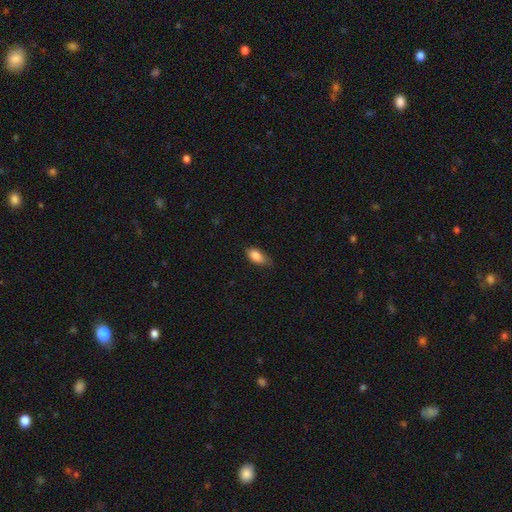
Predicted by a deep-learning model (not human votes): The model was most divided on "merging": none: 66%, minor disturbance: 28%, major disturbance: 5%, merger: 1%. More confident: how rounded — in between (89%); smooth or featured — smooth (85%).